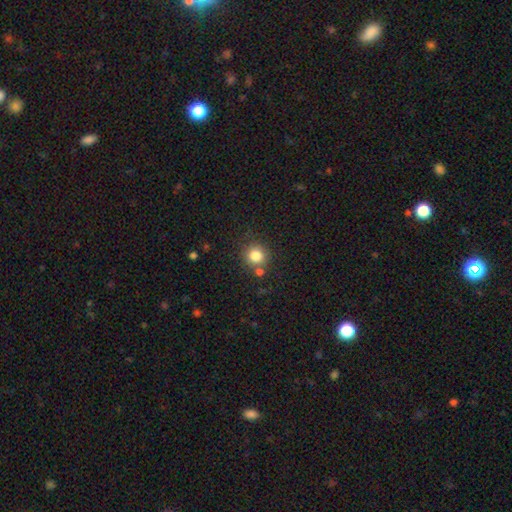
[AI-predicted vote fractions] Q: Smooth or featured?
A: smooth (82%); runner-up: star or artifact (12%)
Q: How rounded?
A: round (91%); runner-up: in between (8%)
Q: Merging?
A: none (75%); runner-up: merger (12%)